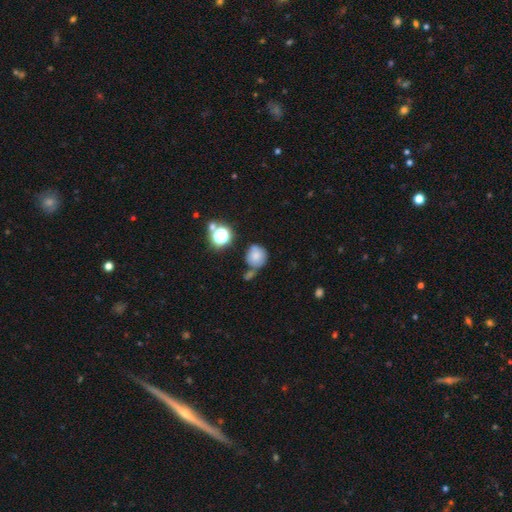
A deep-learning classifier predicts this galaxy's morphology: A smooth galaxy with no disk features (73%) that is round (86%).

Vote fractions:
- Smooth or featured? smooth: 73% / featured or disk: 14% / star or artifact: 13%
- How rounded? round: 86% / in between: 13% / cigar-shaped: 1%
- Merging? none: 54% / merger: 20% / minor disturbance: 19% / major disturbance: 7%